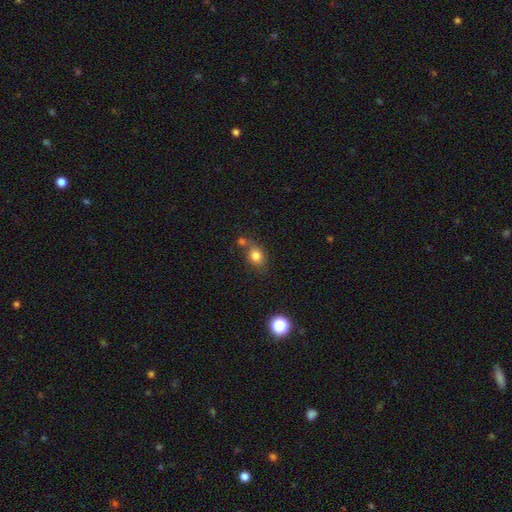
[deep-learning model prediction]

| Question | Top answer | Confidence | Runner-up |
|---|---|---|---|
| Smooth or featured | smooth | 80% | star or artifact (12%) |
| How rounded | round | 52% | in between (47%) |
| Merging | none | 55% | merger (23%) |